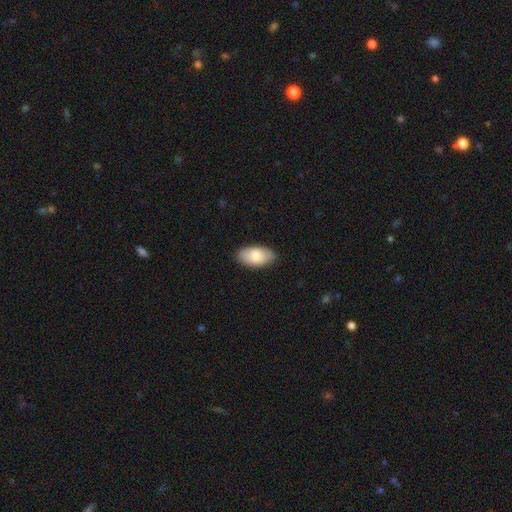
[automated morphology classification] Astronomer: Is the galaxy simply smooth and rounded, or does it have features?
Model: smooth — 78%.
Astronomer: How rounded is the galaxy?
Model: in between — 95%.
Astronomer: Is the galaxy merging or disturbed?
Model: none — 85%.